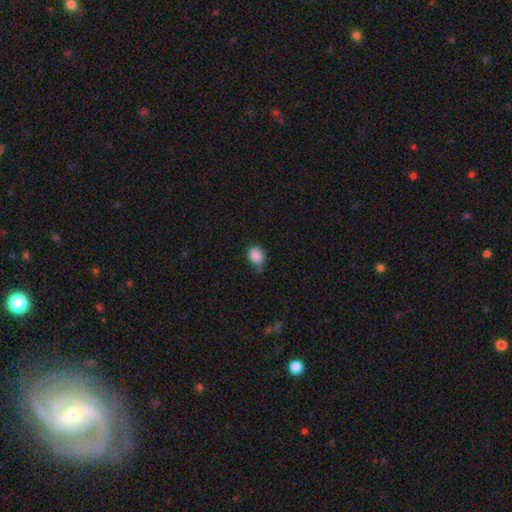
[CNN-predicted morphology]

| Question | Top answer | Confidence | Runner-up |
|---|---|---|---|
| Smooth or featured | smooth | 86% | star or artifact (9%) |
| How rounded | round | 59% | in between (39%) |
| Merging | none | 47% | minor disturbance (40%) |